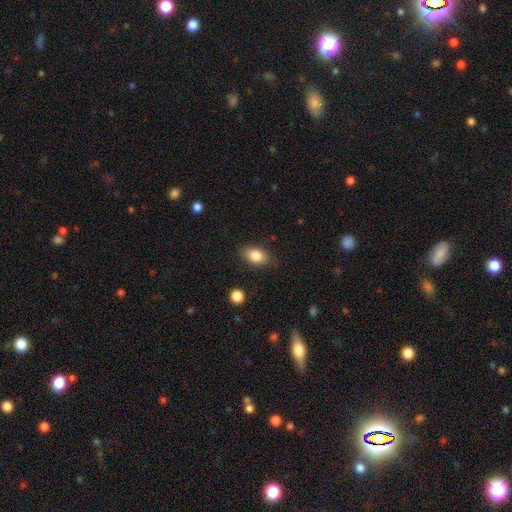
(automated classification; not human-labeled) Smooth or featured? smooth (84%)
How rounded? in between (86%)
Merging? none (84%)